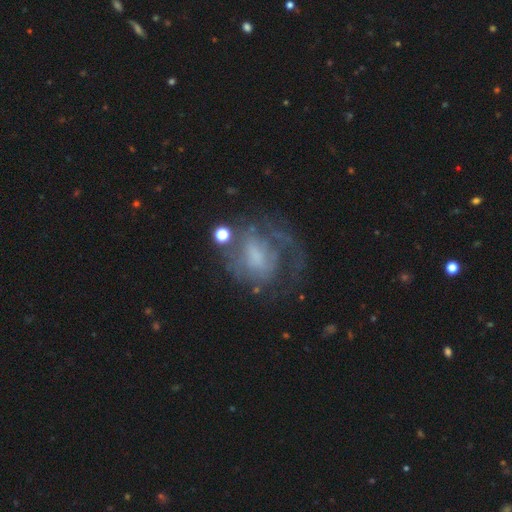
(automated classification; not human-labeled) Overall: featured or disk (70%). Edge-on disk: no (97%). Bar: no (48%; weak 41%). Spiral arms: yes (75%). Spiral arm count: can't tell (31%; 2 30%). Spiral winding: tight (40%, tied with medium). Bulge size: none (33%; small 31%). Merging: none (49%; major disturbance 27%).